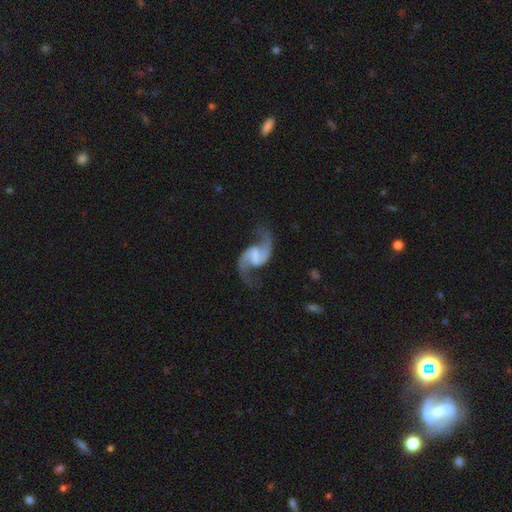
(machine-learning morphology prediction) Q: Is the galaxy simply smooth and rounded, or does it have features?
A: featured or disk — 92%.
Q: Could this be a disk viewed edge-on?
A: no — 98%.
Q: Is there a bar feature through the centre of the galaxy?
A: weak — 50%.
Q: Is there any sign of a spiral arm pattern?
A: yes — 98%.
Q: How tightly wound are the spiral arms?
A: loose — 68%.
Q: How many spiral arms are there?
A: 2 — 95%.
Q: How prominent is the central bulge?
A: none — 57%.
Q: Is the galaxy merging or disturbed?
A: none — 78%.